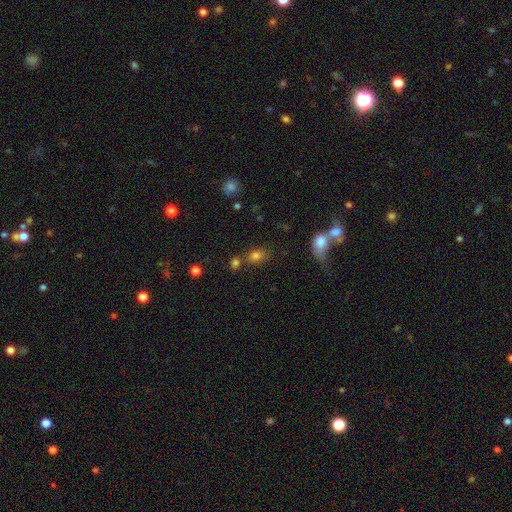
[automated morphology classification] Smooth or featured? Predicted: smooth (p=0.78). How rounded? Predicted: in between (p=0.63). Merging? Predicted: none (p=0.59).